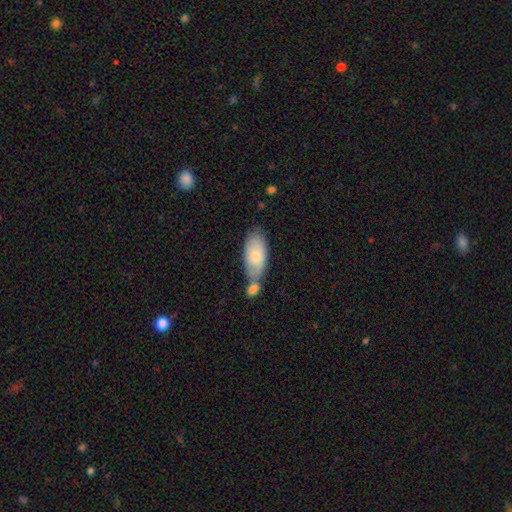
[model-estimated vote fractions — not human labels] The model was most divided on "merging": merger: 41%, none: 37%, minor disturbance: 17%, major disturbance: 5%. More confident: how rounded — in between (89%); smooth or featured — smooth (70%).